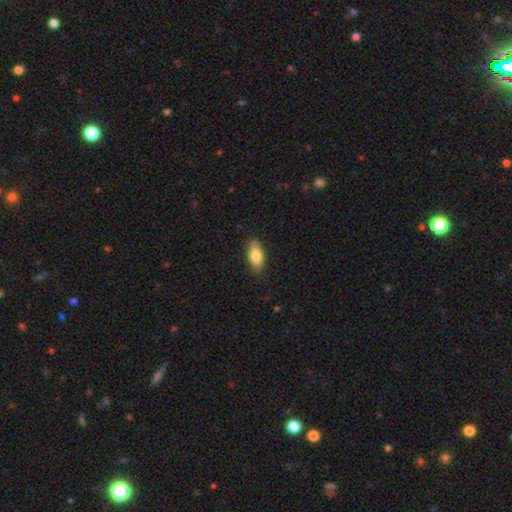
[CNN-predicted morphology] smooth_or_featured: smooth (p=0.82) [alt: featured or disk p=0.12]
how_rounded: in between (p=0.86) [alt: cigar-shaped p=0.11]
merging: none (p=0.84) [alt: minor disturbance p=0.13]